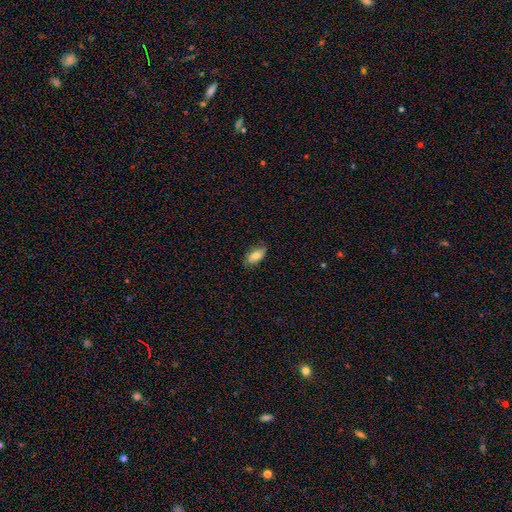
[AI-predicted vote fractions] Smooth or featured? Predicted: smooth (p=0.73). How rounded? Predicted: in between (p=0.90). Merging? Predicted: none (p=0.79).